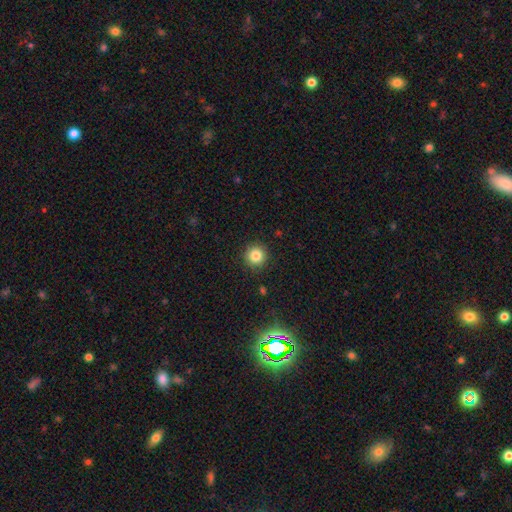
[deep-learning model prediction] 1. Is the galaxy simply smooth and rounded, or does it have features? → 83% smooth, 11% star or artifact, 5% featured or disk.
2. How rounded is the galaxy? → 94% round, 5% in between, 1% cigar-shaped.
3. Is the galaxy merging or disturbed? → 91% none, 6% minor disturbance, 2% major disturbance, 1% merger.